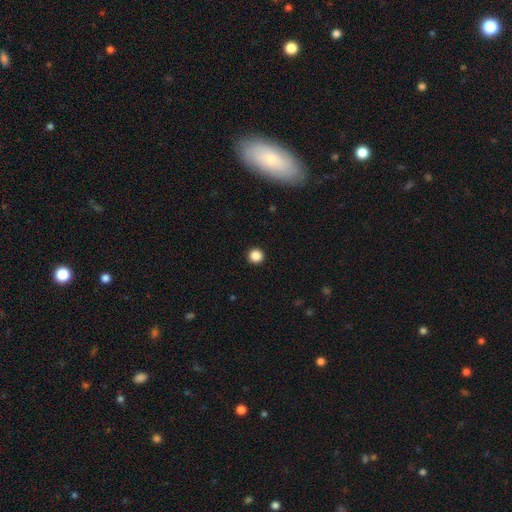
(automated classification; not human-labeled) This is clearly a smooth galaxy (87%). How rounded: clearly round (96%). Merging: clearly none (94%).